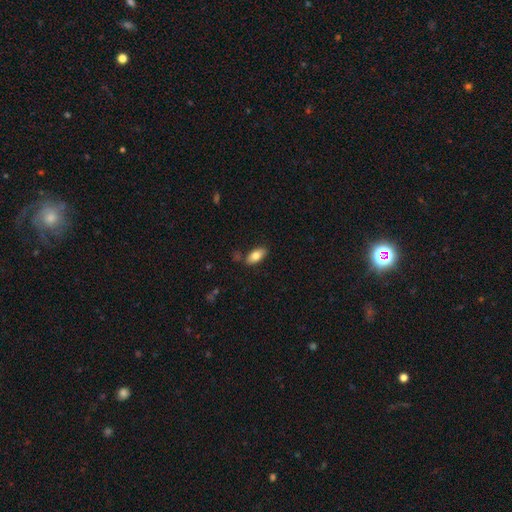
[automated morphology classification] This appears to be a smooth galaxy with no disk features (79%) that is in between round and cigar-shaped (90%). Merging: none (81%).